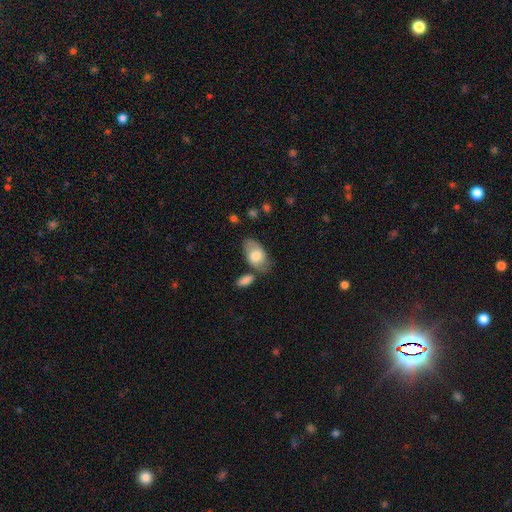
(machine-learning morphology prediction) A smooth galaxy with no disk features (73%) that is in between round and cigar-shaped (93%).

Vote fractions:
- Smooth or featured? smooth: 73% / featured or disk: 21% / star or artifact: 6%
- How rounded? in between: 93% / round: 6% / cigar-shaped: 2%
- Merging? none: 59% / minor disturbance: 20% / merger: 14% / major disturbance: 7%